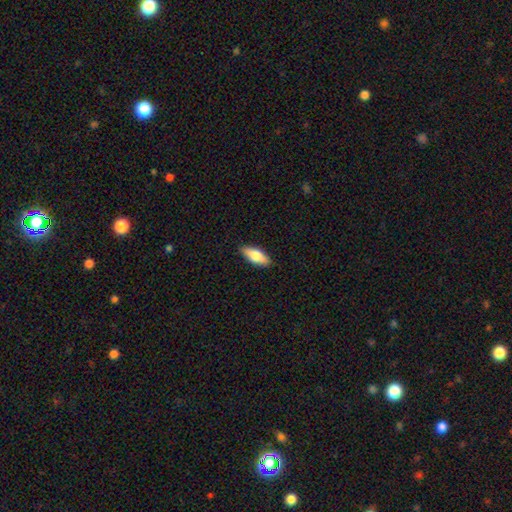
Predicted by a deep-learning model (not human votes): A smooth galaxy with no disk features (72%) that is in between round and cigar-shaped (76%). Merging: none (88%).